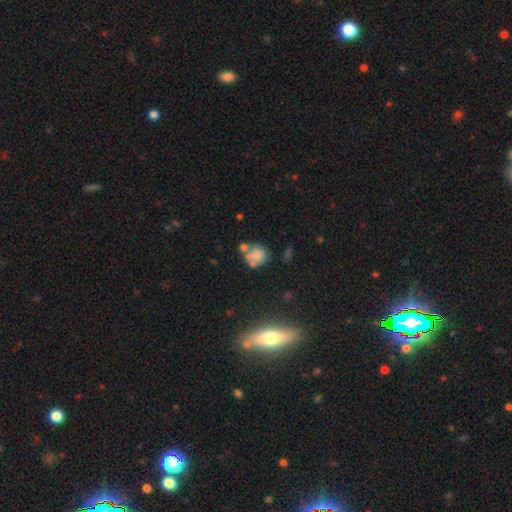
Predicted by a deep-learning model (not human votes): Overall: smooth (62%; featured or disk 24%). How rounded: round (76%). Merging: none (43%; merger 34%).